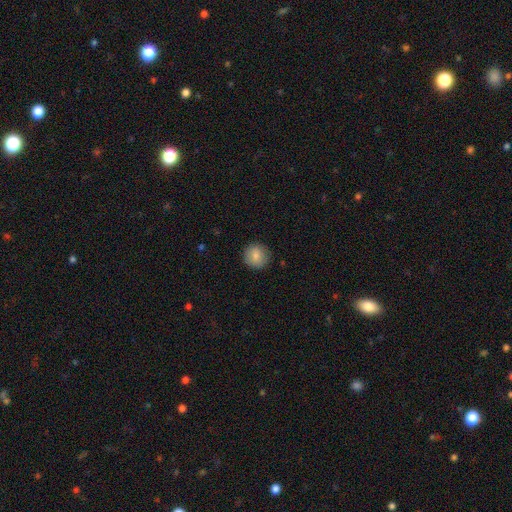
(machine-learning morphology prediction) smooth 84%, star or artifact 8%, featured or disk 8%. Down the decision tree: how rounded — round (93%); merging — none (88%).